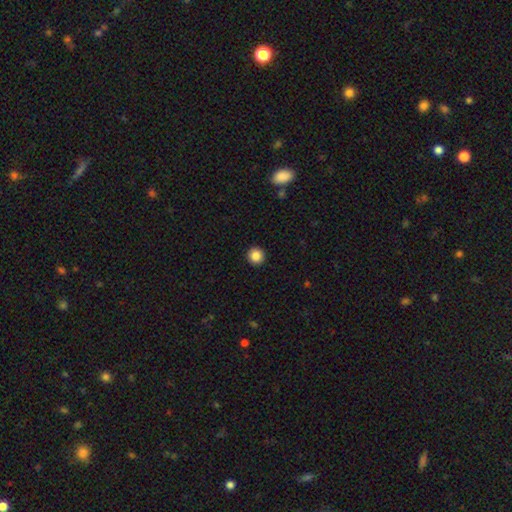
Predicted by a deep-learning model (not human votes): Smooth or featured?
  - smooth: 86% *
  - star or artifact: 10%
  - featured or disk: 4%
How rounded?
  - round: 95% *
  - in between: 4%
  - cigar-shaped: 1%
Merging?
  - none: 93% *
  - minor disturbance: 4%
  - major disturbance: 1%
  - merger: 1%